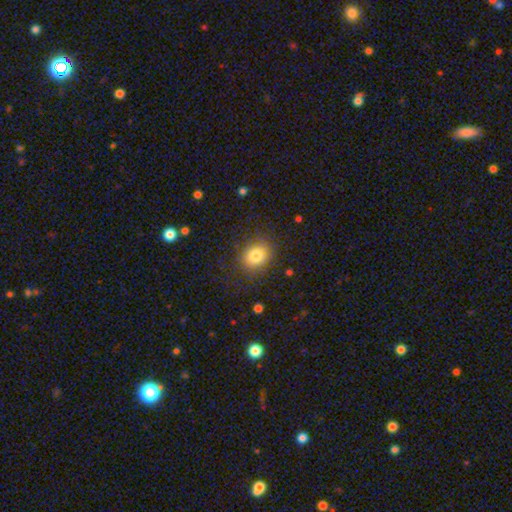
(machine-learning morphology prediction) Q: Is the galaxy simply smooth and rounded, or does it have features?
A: smooth — 82%.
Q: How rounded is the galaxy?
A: round — 64%.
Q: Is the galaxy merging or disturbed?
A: none — 83%.